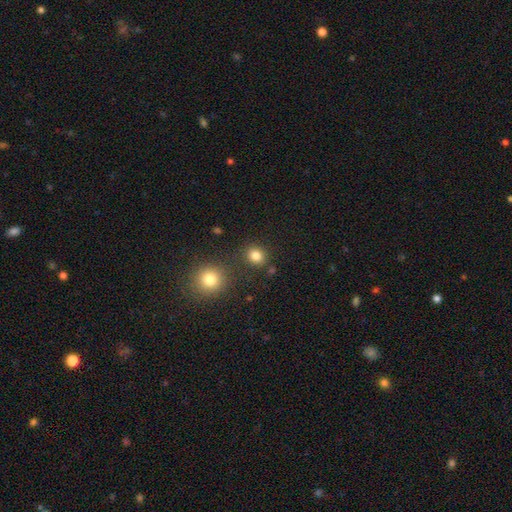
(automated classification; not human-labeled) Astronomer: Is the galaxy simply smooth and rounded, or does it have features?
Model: smooth — 83%.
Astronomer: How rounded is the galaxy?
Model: round — 76%.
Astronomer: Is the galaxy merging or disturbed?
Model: none — 82%.